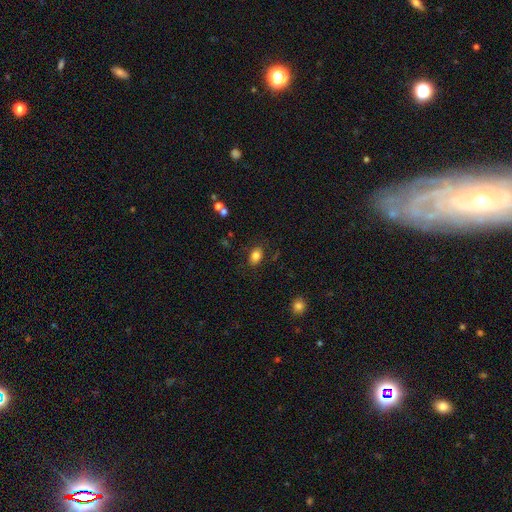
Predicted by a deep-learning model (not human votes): Q: Smooth or featured?
A: smooth (83%); runner-up: star or artifact (10%)
Q: How rounded?
A: in between (79%); runner-up: round (19%)
Q: Merging?
A: none (82%); runner-up: minor disturbance (12%)